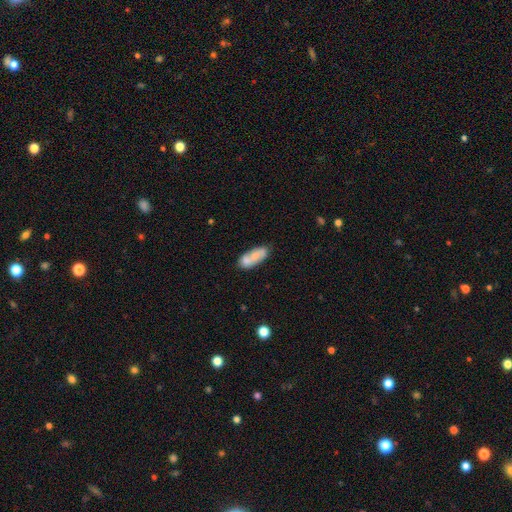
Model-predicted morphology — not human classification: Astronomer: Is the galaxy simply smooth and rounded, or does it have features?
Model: smooth — 55% (runner-up: featured or disk, 38%).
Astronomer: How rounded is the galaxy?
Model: in between — 82%.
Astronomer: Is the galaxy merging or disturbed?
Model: none — 54%.